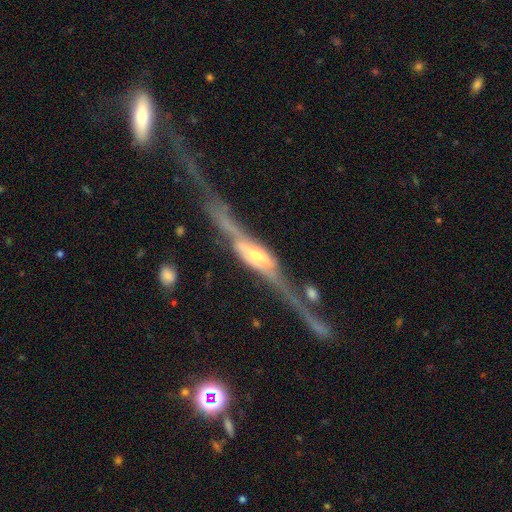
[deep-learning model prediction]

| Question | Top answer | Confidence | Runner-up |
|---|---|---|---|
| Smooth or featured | featured or disk | 87% | smooth (8%) |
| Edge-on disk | yes | 85% | no (15%) |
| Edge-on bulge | rounded | 70% | boxy (24%) |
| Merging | none | 50% | major disturbance (21%) |